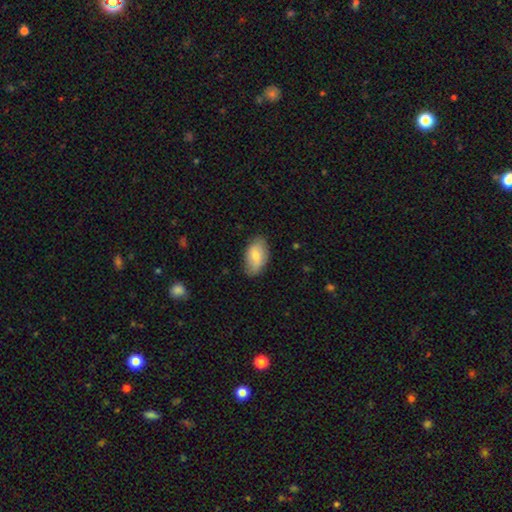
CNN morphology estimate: This is likely a smooth galaxy (75%). How rounded: clearly in between (94%). Merging: likely none (76%).